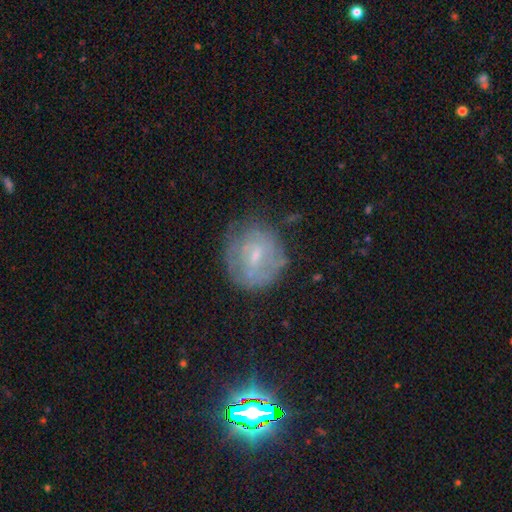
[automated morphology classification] type=featured or disk (54%); edge-on=no (96%); bar=weak (51%); spiral arms=yes (58%); bulge=small (65%); merging=none (68%).